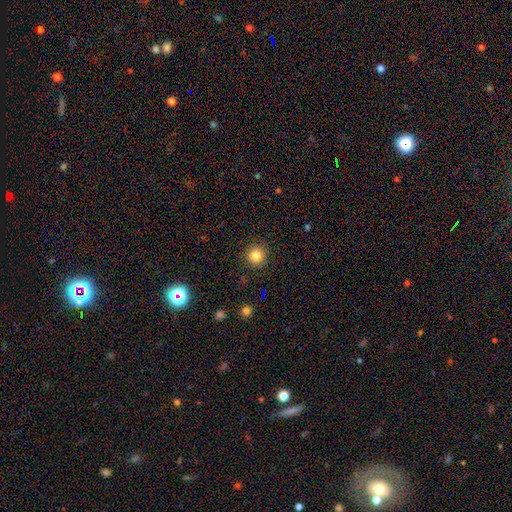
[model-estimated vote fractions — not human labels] A smooth galaxy with no disk features (84%) that is round (94%). Merging: none (90%).